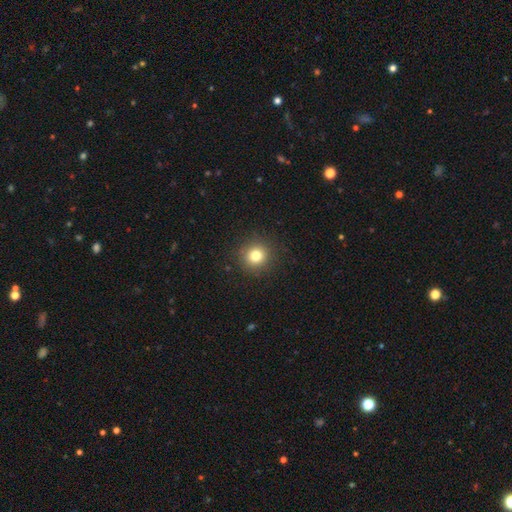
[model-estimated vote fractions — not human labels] smooth-or-featured: smooth: 80% | star or artifact: 13% | featured or disk: 7%
  how-rounded: round: 94% | in between: 5% | cigar-shaped: 1%
  merging: none: 91% | minor disturbance: 5% | major disturbance: 2% | merger: 1%